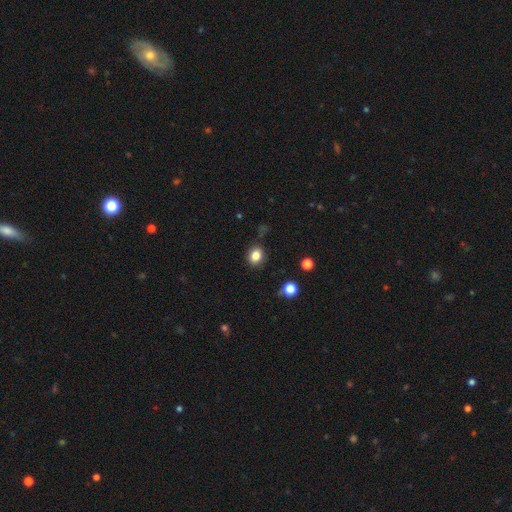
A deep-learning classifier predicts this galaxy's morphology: smooth-or-featured: smooth: 83% | star or artifact: 11% | featured or disk: 6%
  how-rounded: round: 62% | in between: 37% | cigar-shaped: 1%
  merging: none: 84% | minor disturbance: 11% | major disturbance: 3% | merger: 2%